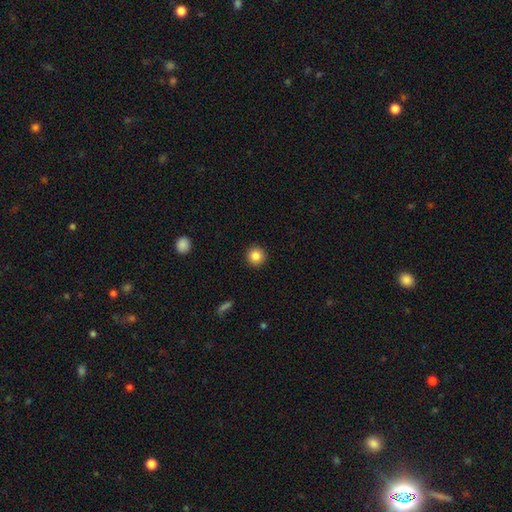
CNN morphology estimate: smooth 85%, star or artifact 10%, featured or disk 5%. Down the decision tree: how rounded — round (95%); merging — none (92%).